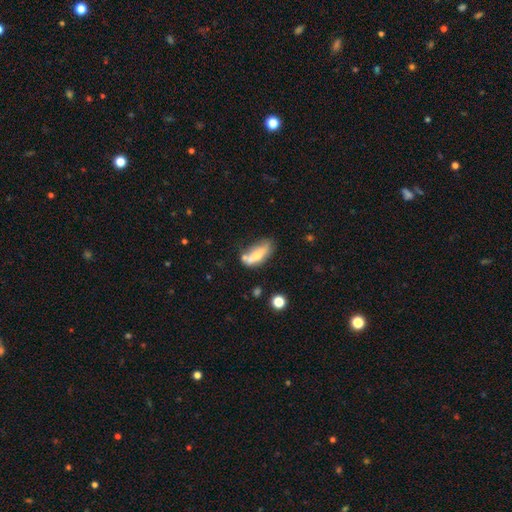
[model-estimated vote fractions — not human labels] smooth-or-featured: smooth: 61% | featured or disk: 31% | star or artifact: 8%
  how-rounded: in between: 64% | cigar-shaped: 33% | round: 3%
  merging: none: 39% | minor disturbance: 26% | merger: 21% | major disturbance: 13%